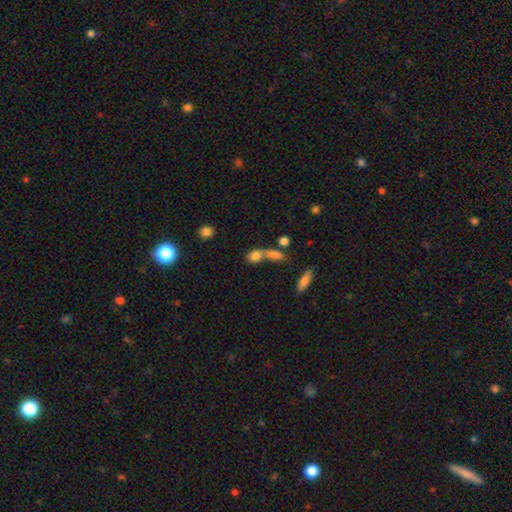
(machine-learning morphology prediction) A smooth galaxy with no disk features (77%) that is in between round and cigar-shaped (50%).

Vote fractions:
- Smooth or featured? smooth: 77% / featured or disk: 12% / star or artifact: 11%
- How rounded? in between: 50% / round: 43% / cigar-shaped: 7%
- Merging? merger: 53% / none: 32% / minor disturbance: 9% / major disturbance: 6%